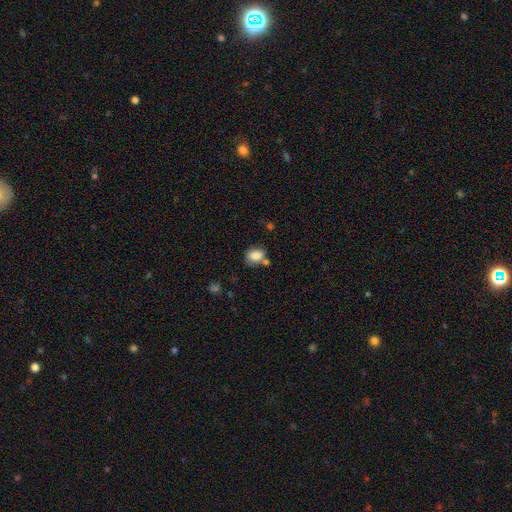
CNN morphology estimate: Smooth or featured? smooth (84%)
How rounded? in between (60%)
Merging? none (55%)